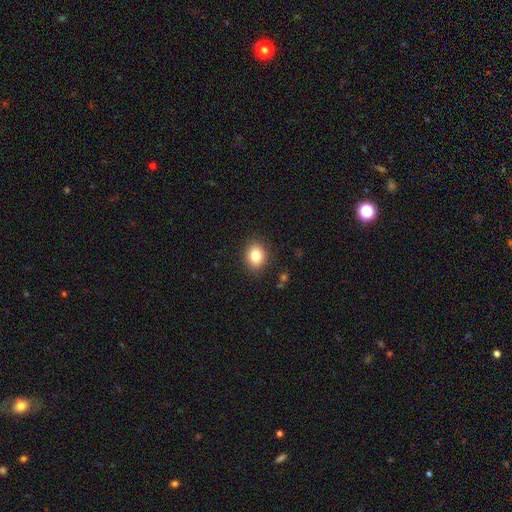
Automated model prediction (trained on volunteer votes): smooth_or_featured: smooth (p=0.83) [alt: star or artifact p=0.10]
how_rounded: round (p=0.51) [alt: in between p=0.48]
merging: none (p=0.87) [alt: minor disturbance p=0.09]